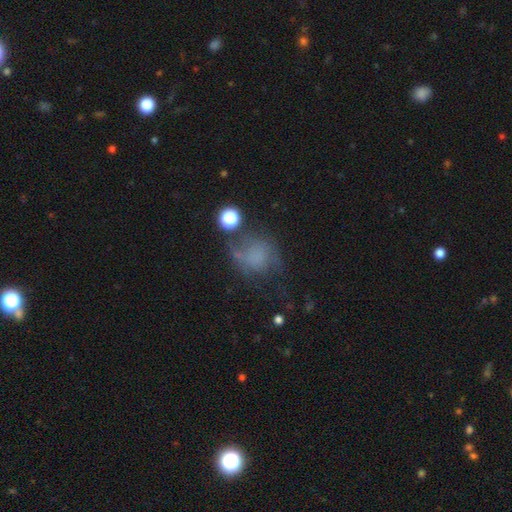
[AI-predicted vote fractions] smooth 54%, featured or disk 29%, star or artifact 17%. Down the decision tree: how rounded — round (67%); merging — none (42%).